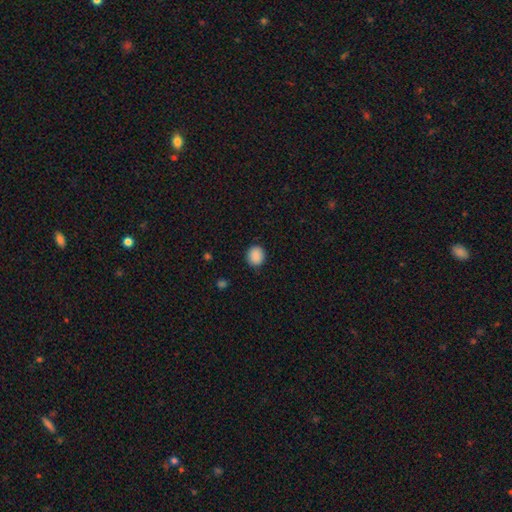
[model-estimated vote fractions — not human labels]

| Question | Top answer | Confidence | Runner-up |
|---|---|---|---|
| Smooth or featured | smooth | 89% | star or artifact (8%) |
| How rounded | round | 77% | in between (22%) |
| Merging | none | 89% | minor disturbance (8%) |